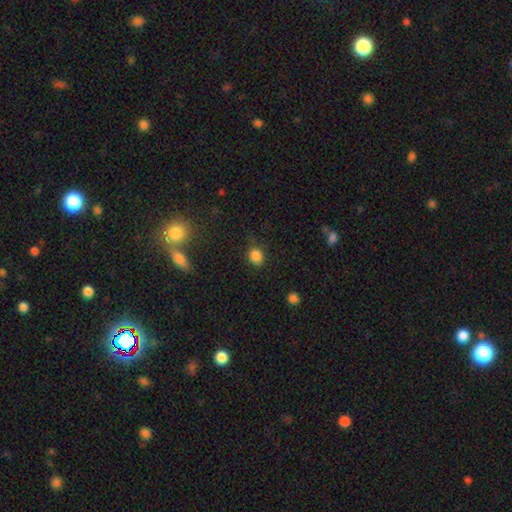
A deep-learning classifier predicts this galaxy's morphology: This appears to be a smooth galaxy with no disk features (84%) that is round (71%). Merging: none (83%).